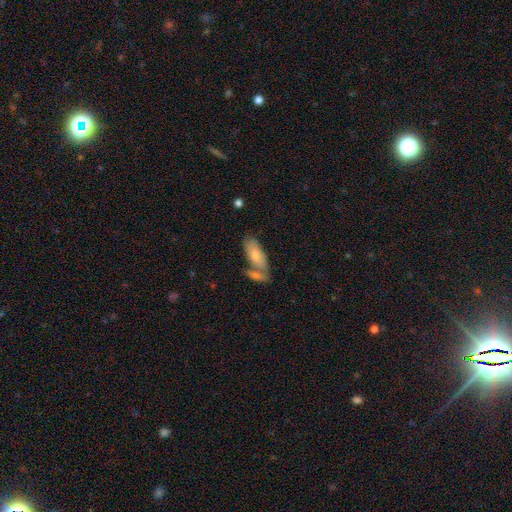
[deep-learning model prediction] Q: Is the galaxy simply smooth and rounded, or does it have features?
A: smooth — 72%.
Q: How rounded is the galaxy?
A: in between — 84%.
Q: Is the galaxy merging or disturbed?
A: none — 47%.